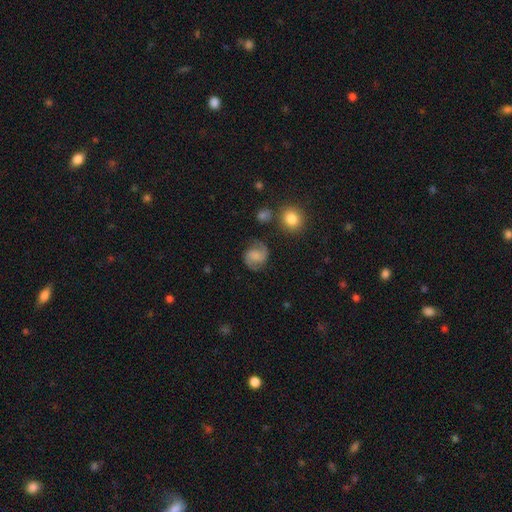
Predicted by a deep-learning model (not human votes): Q: Smooth or featured?
A: featured or disk (66%); runner-up: smooth (26%)
Q: Edge-on disk?
A: no (98%); runner-up: yes (2%)
Q: Bar?
A: no (52%); runner-up: weak (39%)
Q: Spiral arms?
A: yes (95%); runner-up: no (5%)
Q: Spiral winding?
A: medium (53%); runner-up: loose (24%)
Q: Spiral arm count?
A: 2 (90%); runner-up: can't tell (4%)
Q: Bulge size?
A: none (46%); runner-up: moderate (20%)
Q: Merging?
A: none (75%); runner-up: minor disturbance (16%)